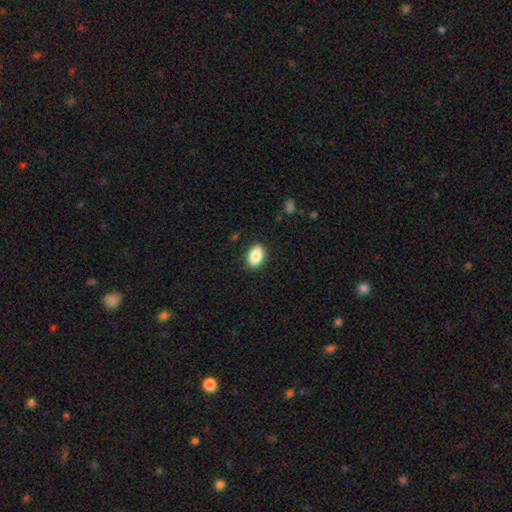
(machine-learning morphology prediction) smooth-or-featured: smooth: 86% | star or artifact: 7% | featured or disk: 6%
  how-rounded: in between: 88% | round: 11% | cigar-shaped: 2%
  merging: none: 88% | minor disturbance: 8% | major disturbance: 2% | merger: 1%